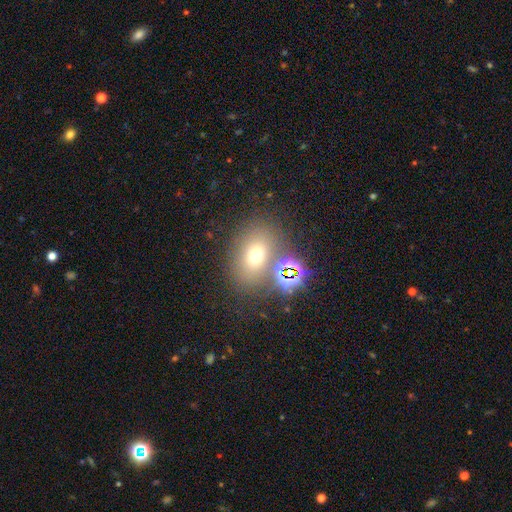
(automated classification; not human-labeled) A smooth galaxy with no disk features (62%) that is in between round and cigar-shaped (66%). Merging: none (70%).